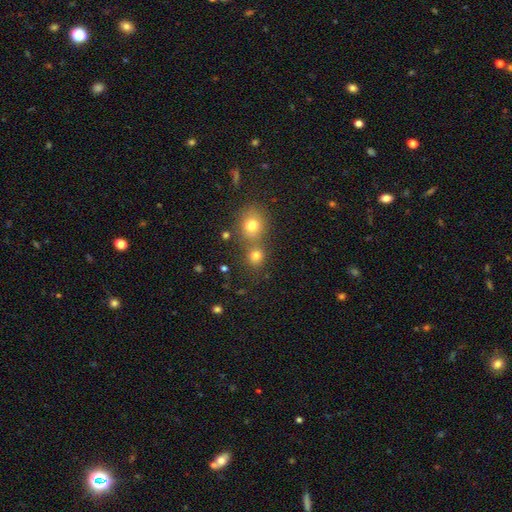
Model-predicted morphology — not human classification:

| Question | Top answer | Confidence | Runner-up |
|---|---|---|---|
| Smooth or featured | smooth | 77% | star or artifact (15%) |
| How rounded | round | 79% | in between (19%) |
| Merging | none | 53% | merger (37%) |